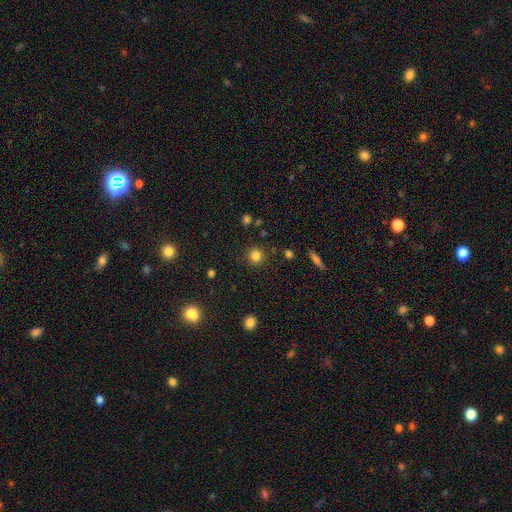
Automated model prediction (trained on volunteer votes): A smooth galaxy with no disk features (82%) that is round (92%). Merging: none (89%).